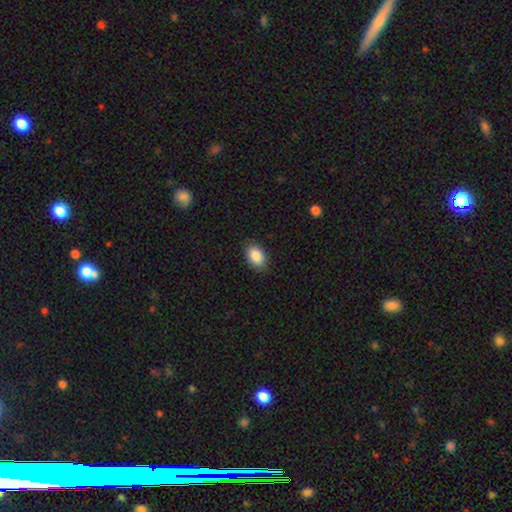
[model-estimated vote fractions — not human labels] This appears to be a smooth galaxy with no disk features (88%) that is in between round and cigar-shaped (86%). Merging: none (87%).